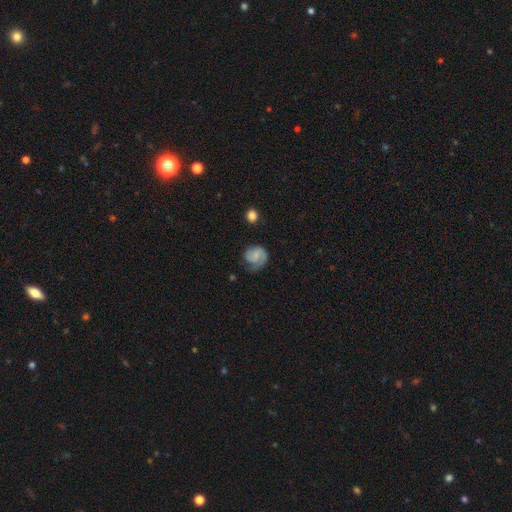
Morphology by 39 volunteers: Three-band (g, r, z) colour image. It shows a featured or disk galaxy (62%) with no bar (50%), 2 (40%) medium (45%) spiral arms (83%) and a small central bulge (50%). Merging: none (68%).